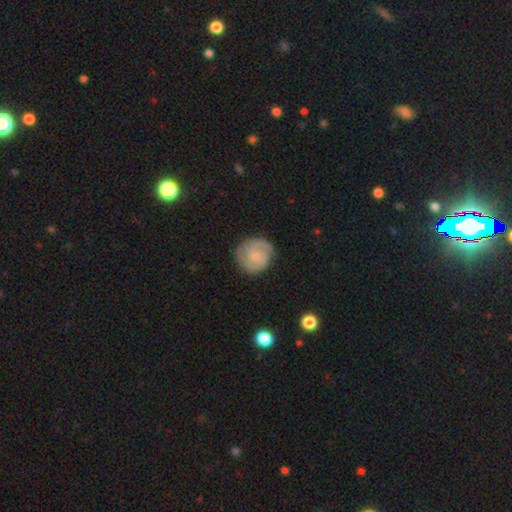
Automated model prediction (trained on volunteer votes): Morphology: type=featured or disk (70%); edge-on=no (98%); bar=no (69%); spiral arms=yes (93%); winding=tight (53%); arm count=2 (56%); bulge=small (66%); merging=none (77%).